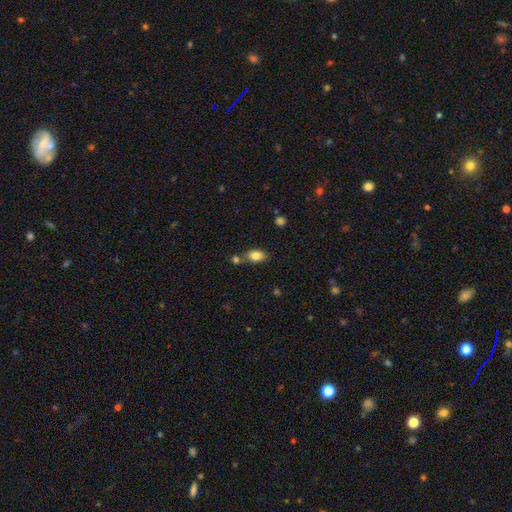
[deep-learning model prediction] Smooth or featured: smooth — 83% (featured or disk — 9%)
How rounded: in between — 89% (round — 7%)
Merging: none — 64% (merger — 19%)